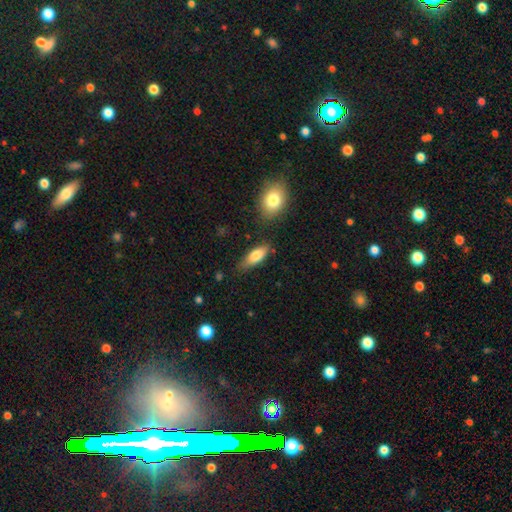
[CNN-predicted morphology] Overall: smooth (76%). How rounded: in between (69%; cigar-shaped 29%). Merging: none (72%).